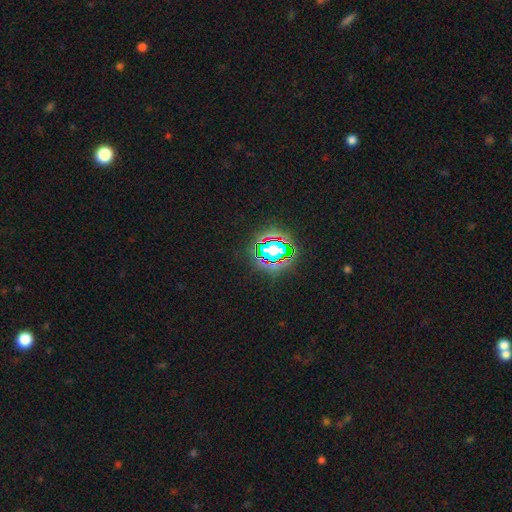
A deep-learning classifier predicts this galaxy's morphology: Smooth or featured? star or artifact (78%)